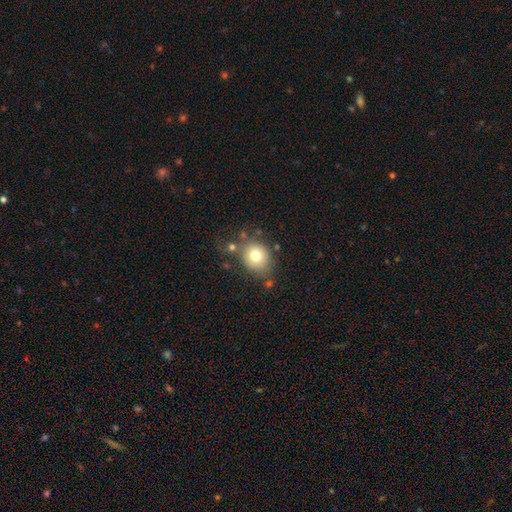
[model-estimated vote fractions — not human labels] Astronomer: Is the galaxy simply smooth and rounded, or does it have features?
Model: smooth — 77%.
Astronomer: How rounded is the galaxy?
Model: round — 69%.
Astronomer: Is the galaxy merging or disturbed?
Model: none — 68%.